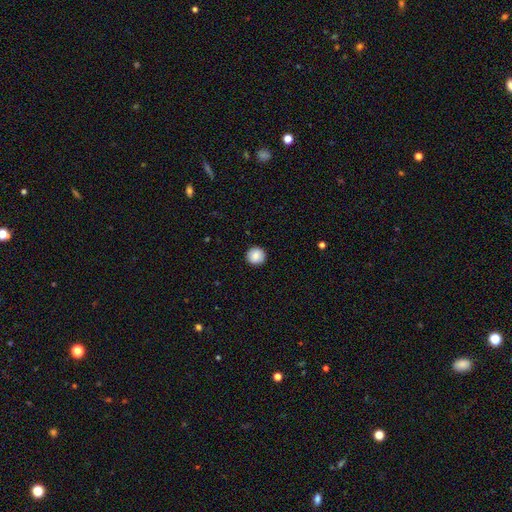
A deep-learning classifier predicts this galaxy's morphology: smooth 86%, star or artifact 8%, featured or disk 6%. Down the decision tree: how rounded — round (95%); merging — none (92%).